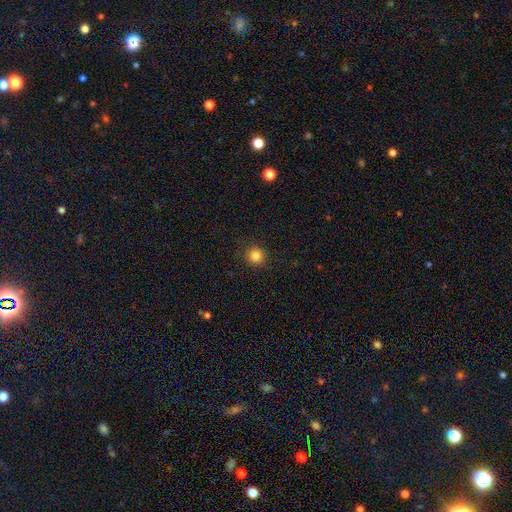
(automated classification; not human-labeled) Smooth or featured?
  - smooth: 84% *
  - star or artifact: 11%
  - featured or disk: 4%
How rounded?
  - round: 93% *
  - in between: 6%
  - cigar-shaped: 1%
Merging?
  - none: 90% *
  - minor disturbance: 6%
  - major disturbance: 2%
  - merger: 1%